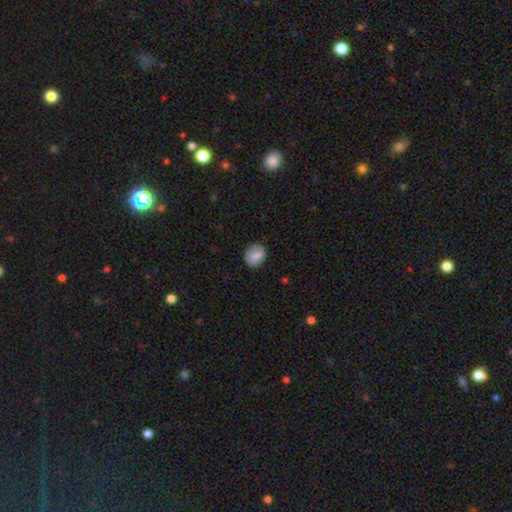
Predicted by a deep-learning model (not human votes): The model was most divided on "how rounded": round: 65%, in between: 34%, cigar-shaped: 1%. More confident: smooth or featured — smooth (80%); merging — none (78%).